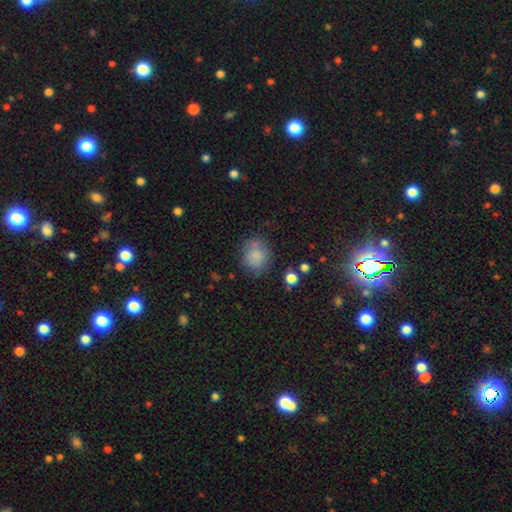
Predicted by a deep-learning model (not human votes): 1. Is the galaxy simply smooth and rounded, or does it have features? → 79% smooth, 11% featured or disk, 11% star or artifact.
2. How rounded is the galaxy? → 72% round, 27% in between, 1% cigar-shaped.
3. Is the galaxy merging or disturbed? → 65% none, 20% minor disturbance, 8% major disturbance, 7% merger.